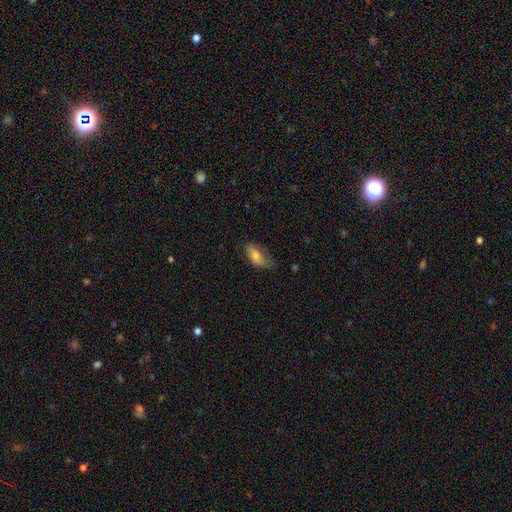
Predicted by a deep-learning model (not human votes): The model was most divided on "merging": none: 64%, minor disturbance: 27%, major disturbance: 8%, merger: 1%. More confident: how rounded — in between (85%); smooth or featured — smooth (67%).